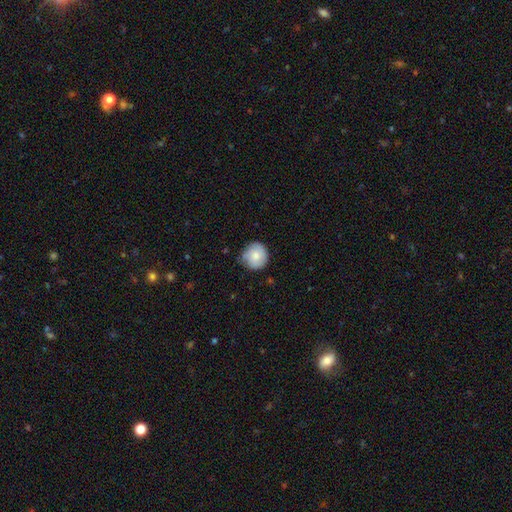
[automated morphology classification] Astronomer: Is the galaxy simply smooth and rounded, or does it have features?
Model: smooth — 74%.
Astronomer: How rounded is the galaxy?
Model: round — 93%.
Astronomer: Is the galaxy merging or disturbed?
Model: none — 75%.